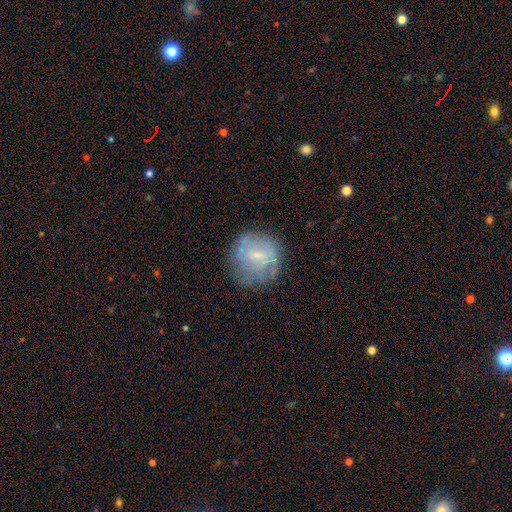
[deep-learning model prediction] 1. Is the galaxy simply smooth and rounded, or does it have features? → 46% smooth, 44% featured or disk, 9% star or artifact.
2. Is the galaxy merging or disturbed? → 68% none, 20% minor disturbance, 10% major disturbance, 2% merger.